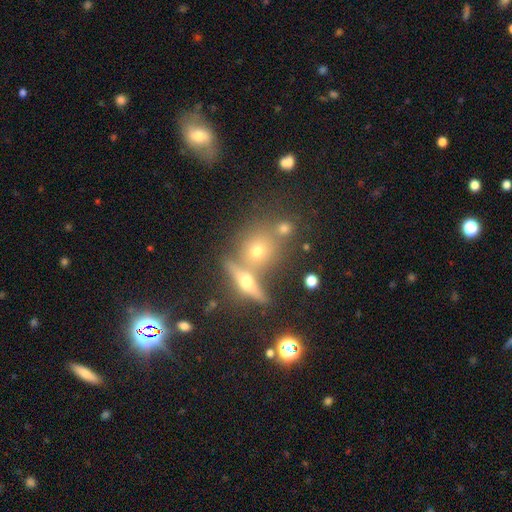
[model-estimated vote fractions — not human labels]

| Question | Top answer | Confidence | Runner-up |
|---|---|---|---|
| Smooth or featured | featured or disk | 38% | smooth (37%) |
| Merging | none | 54% | merger (32%) |